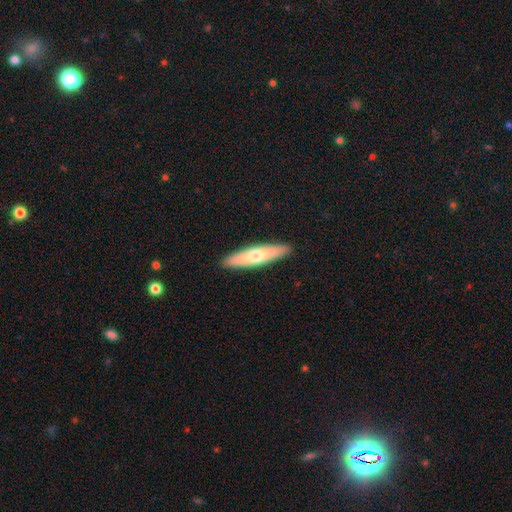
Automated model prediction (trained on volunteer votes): smooth-or-featured: smooth: 49% | featured or disk: 46% | star or artifact: 5%
  merging: none: 90% | minor disturbance: 7% | major disturbance: 1% | merger: 1%